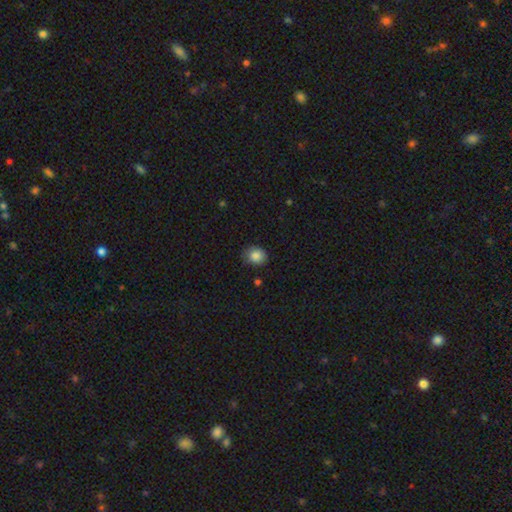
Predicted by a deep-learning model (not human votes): Overall: smooth (84%). How rounded: round (67%; in between 32%). Merging: none (77%).